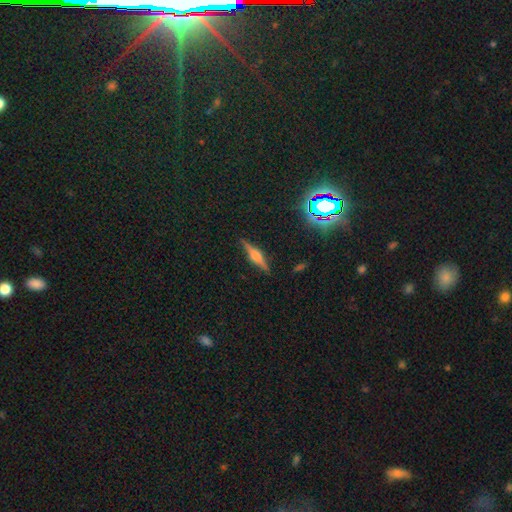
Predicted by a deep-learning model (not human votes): Smooth or featured: featured or disk — 70% (smooth — 20%)
Edge-on disk: yes — 97% (no — 3%)
Edge-on bulge: rounded — 80% (boxy — 16%)
Merging: none — 88% (minor disturbance — 9%)